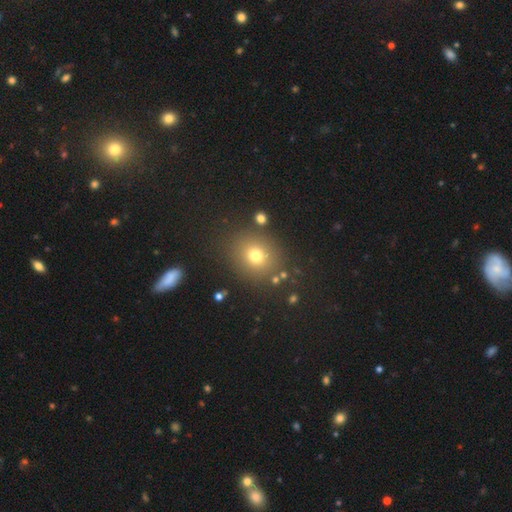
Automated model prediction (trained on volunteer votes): smooth-or-featured: smooth: 73% | star or artifact: 17% | featured or disk: 10%
  how-rounded: round: 76% | in between: 23% | cigar-shaped: 1%
  merging: none: 84% | minor disturbance: 9% | merger: 4% | major disturbance: 4%